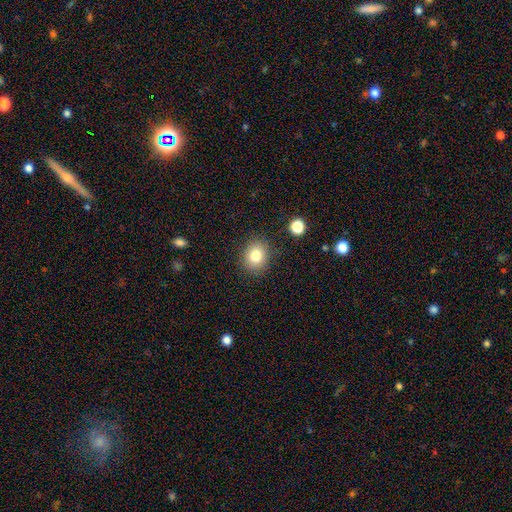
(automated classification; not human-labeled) Smooth or featured? smooth (81%)
How rounded? round (64%)
Merging? none (85%)